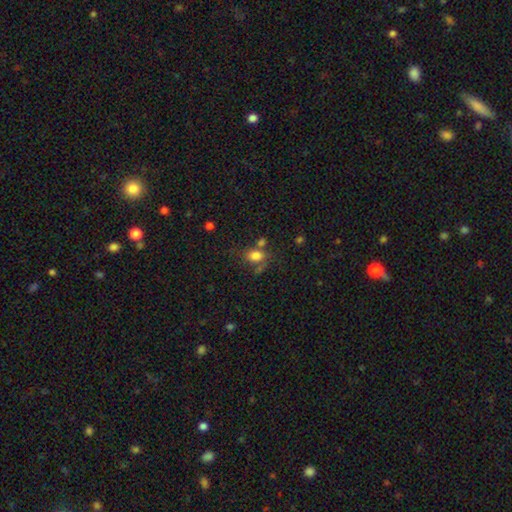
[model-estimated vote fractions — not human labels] Smooth or featured? Predicted: smooth (p=0.78). How rounded? Predicted: in between (p=0.61). Merging? Predicted: none (p=0.54).